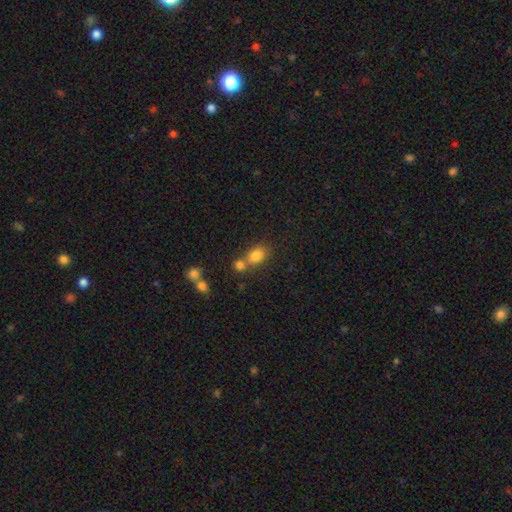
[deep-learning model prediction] The model was most divided on "merging": none: 51%, merger: 34%, minor disturbance: 11%, major disturbance: 4%. More confident: smooth or featured — smooth (81%); how rounded — in between (60%).